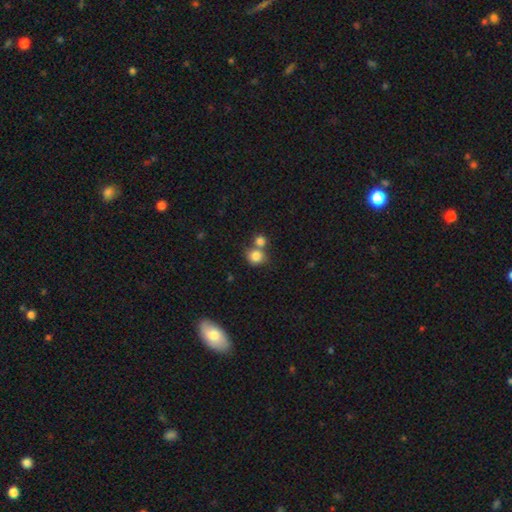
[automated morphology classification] type=smooth (83%); roundness=round (84%); merging=none (49%).